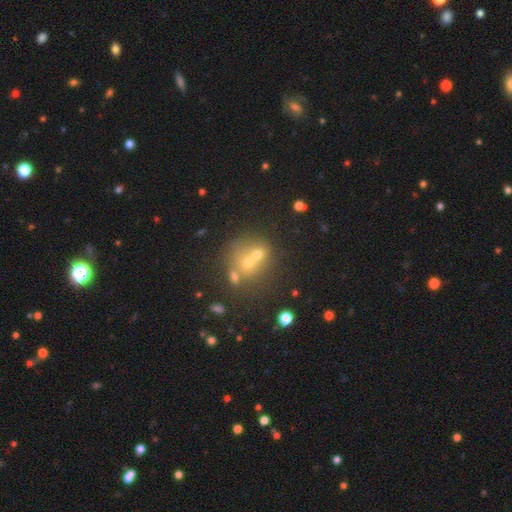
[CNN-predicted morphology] Overall: smooth (49%; featured or disk 27%). Merging: merger (52%; none 35%).